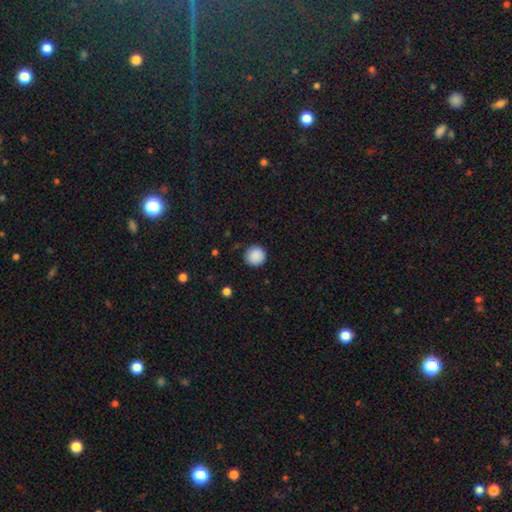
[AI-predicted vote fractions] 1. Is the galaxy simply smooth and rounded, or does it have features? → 89% smooth, 8% star or artifact, 3% featured or disk.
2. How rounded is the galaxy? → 95% round, 4% in between, 1% cigar-shaped.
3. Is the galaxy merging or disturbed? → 90% none, 7% minor disturbance, 2% major disturbance, 1% merger.